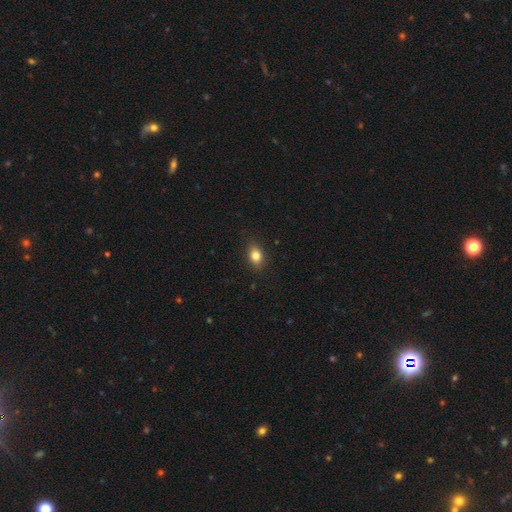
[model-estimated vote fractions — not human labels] smooth-or-featured: smooth: 82% | star or artifact: 10% | featured or disk: 8%
  how-rounded: in between: 72% | round: 26% | cigar-shaped: 2%
  merging: none: 84% | minor disturbance: 12% | major disturbance: 3% | merger: 1%